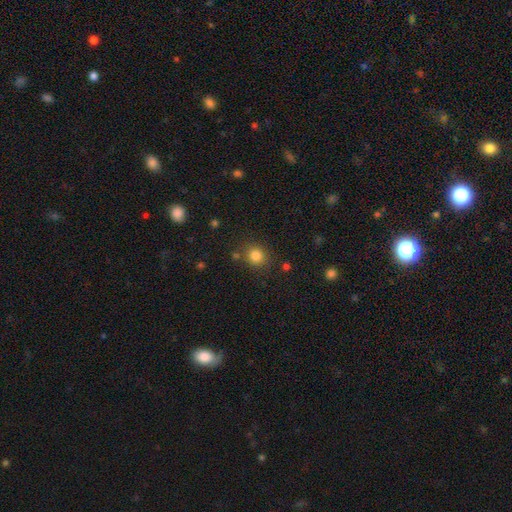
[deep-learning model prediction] This is clearly a smooth galaxy (82%). How rounded: clearly round (85%). Merging: clearly none (82%).